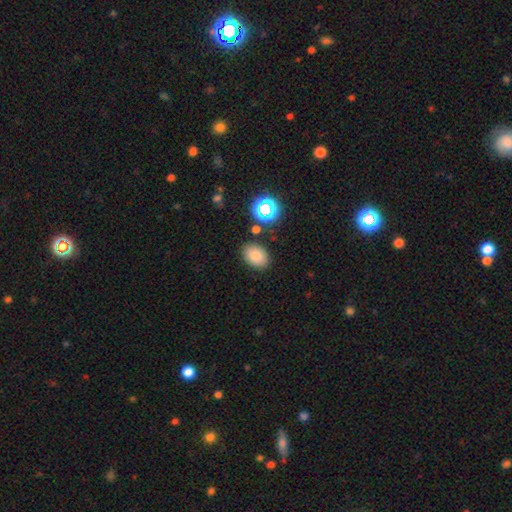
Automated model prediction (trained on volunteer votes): smooth_or_featured: smooth (p=0.79) [alt: star or artifact p=0.13]
how_rounded: in between (p=0.80) [alt: round p=0.19]
merging: none (p=0.84) [alt: minor disturbance p=0.10]